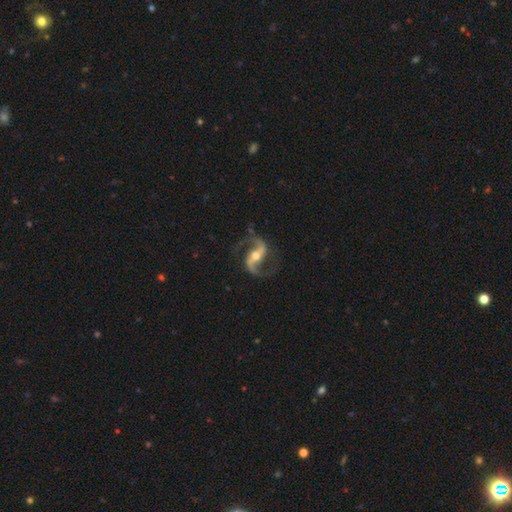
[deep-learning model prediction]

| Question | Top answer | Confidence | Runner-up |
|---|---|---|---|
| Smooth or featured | featured or disk | 92% | star or artifact (5%) |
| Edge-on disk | no | 97% | yes (3%) |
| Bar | strong | 43% | weak (35%) |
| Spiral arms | yes | 98% | no (2%) |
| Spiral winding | loose | 56% | medium (38%) |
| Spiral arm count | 2 | 94% | 1 (2%) |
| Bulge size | moderate | 64% | small (26%) |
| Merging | none | 78% | minor disturbance (12%) |